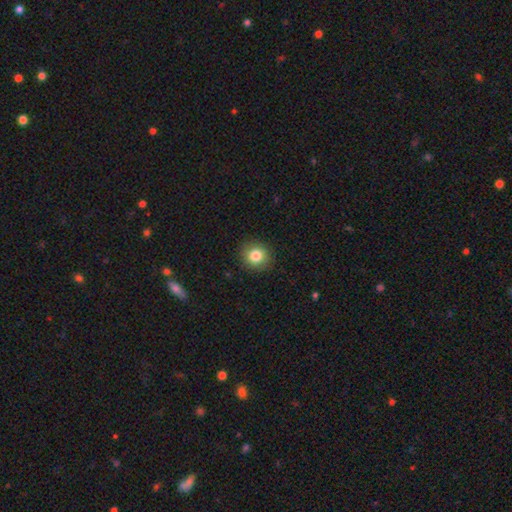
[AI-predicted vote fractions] A smooth galaxy with no disk features (83%) that is round (87%). Merging: none (90%).